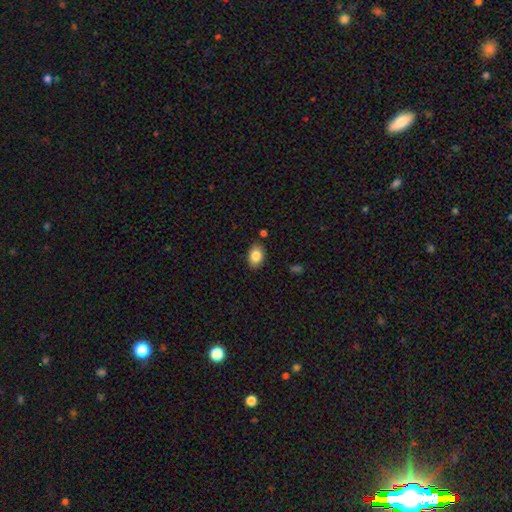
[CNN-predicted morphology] The model was most divided on "how rounded": in between: 81%, round: 18%, cigar-shaped: 1%. More confident: smooth or featured — smooth (85%); merging — none (84%).